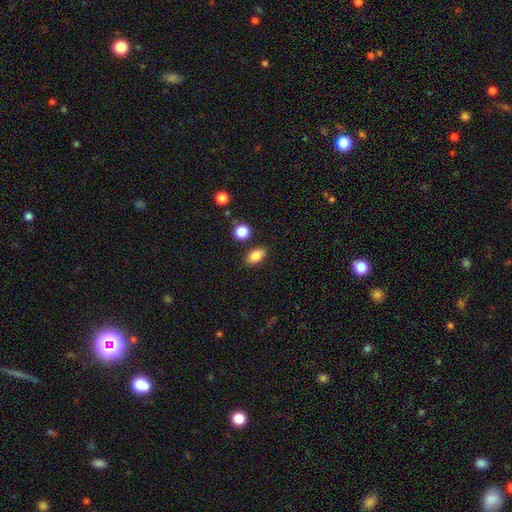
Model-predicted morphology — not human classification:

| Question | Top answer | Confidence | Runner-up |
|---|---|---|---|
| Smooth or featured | smooth | 82% | star or artifact (9%) |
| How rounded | in between | 84% | round (12%) |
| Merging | none | 83% | minor disturbance (11%) |